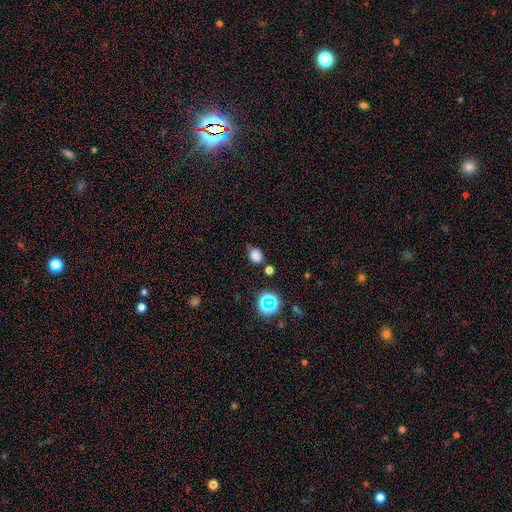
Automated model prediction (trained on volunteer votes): Smooth or featured? smooth (76%)
How rounded? round (53%)
Merging? none (65%)